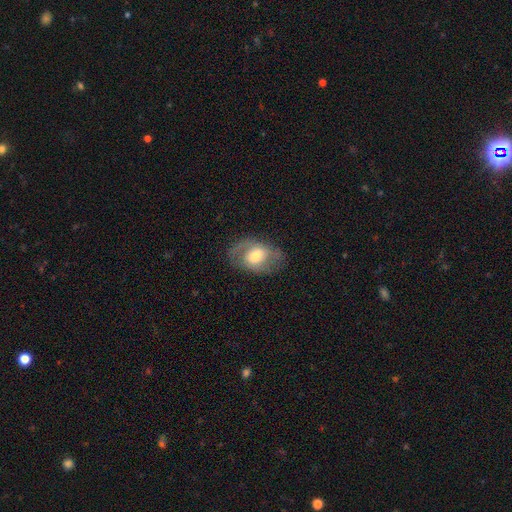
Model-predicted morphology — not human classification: smooth-or-featured: featured or disk: 49% | smooth: 44% | star or artifact: 7%
  merging: none: 71% | minor disturbance: 18% | major disturbance: 10% | merger: 1%